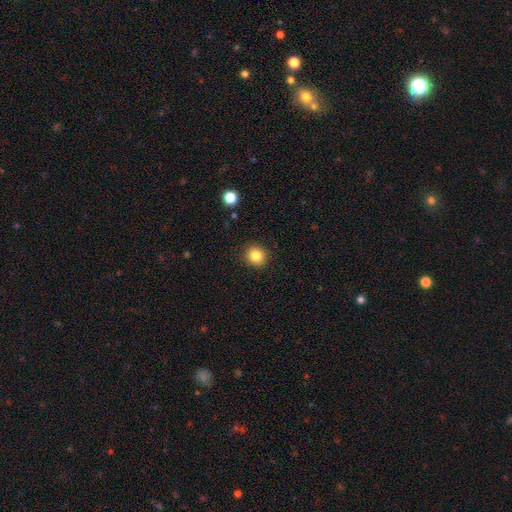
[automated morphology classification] Q: Smooth or featured?
A: smooth (84%); runner-up: star or artifact (11%)
Q: How rounded?
A: round (88%); runner-up: in between (11%)
Q: Merging?
A: none (91%); runner-up: minor disturbance (6%)